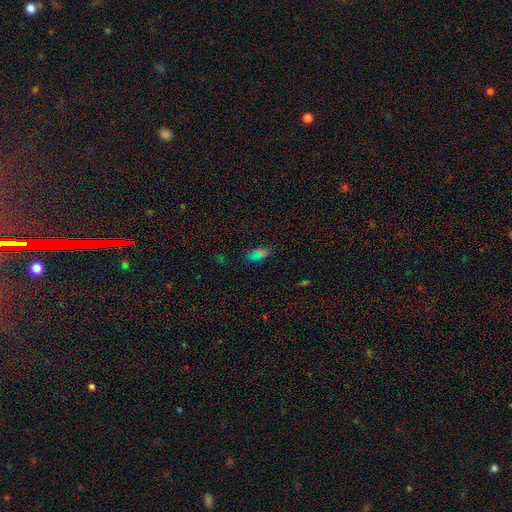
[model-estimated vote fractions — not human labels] smooth_or_featured: smooth (p=0.51) [alt: star or artifact p=0.39]
how_rounded: in between (p=0.81) [alt: cigar-shaped p=0.10]
merging: none (p=0.66) [alt: minor disturbance p=0.19]